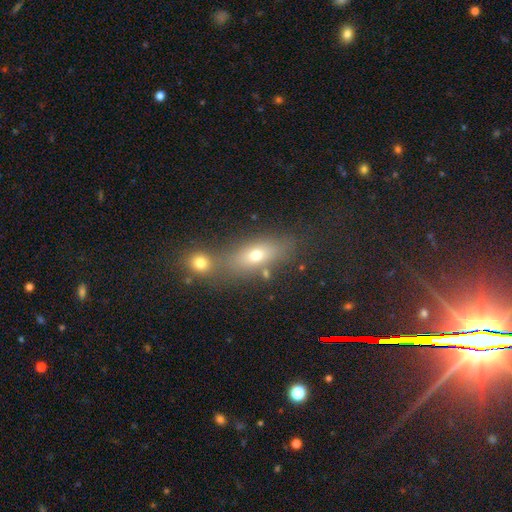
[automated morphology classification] smooth_or_featured: smooth (p=0.63) [alt: featured or disk p=0.21]
how_rounded: in between (p=0.65) [alt: cigar-shaped p=0.22]
merging: none (p=0.53) [alt: merger p=0.32]